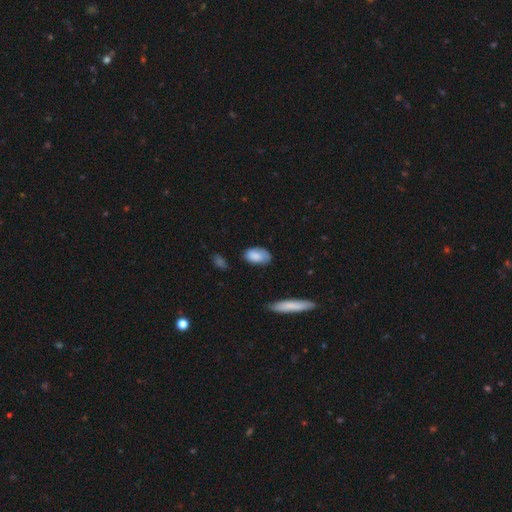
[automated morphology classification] smooth_or_featured: smooth (p=0.81) [alt: featured or disk p=0.12]
how_rounded: in between (p=0.92) [alt: round p=0.06]
merging: none (p=0.65) [alt: minor disturbance p=0.27]